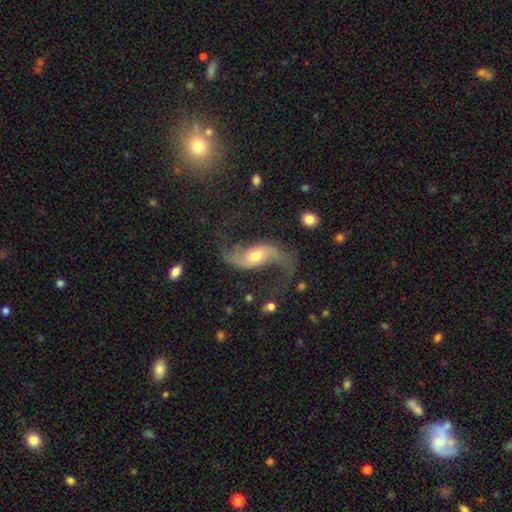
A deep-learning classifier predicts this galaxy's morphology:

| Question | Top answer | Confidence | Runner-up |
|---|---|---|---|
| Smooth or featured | featured or disk | 86% | smooth (8%) |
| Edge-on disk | no | 95% | yes (5%) |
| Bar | no | 42% | weak (40%) |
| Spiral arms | yes | 95% | no (5%) |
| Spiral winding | loose | 85% | medium (11%) |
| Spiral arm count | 2 | 93% | 1 (2%) |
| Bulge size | moderate | 66% | small (22%) |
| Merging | none | 61% | major disturbance (20%) |